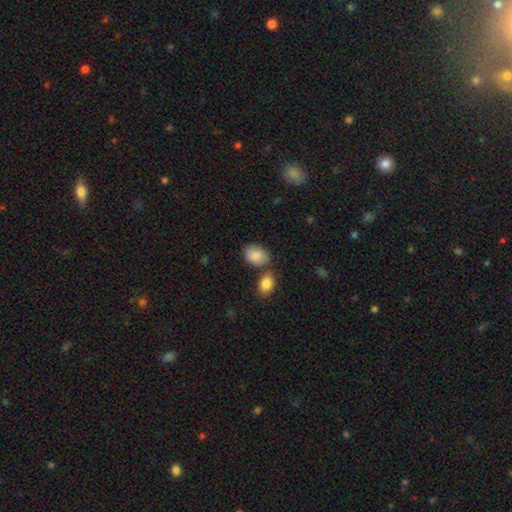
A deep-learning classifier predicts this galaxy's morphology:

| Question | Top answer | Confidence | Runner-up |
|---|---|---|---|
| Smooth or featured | smooth | 86% | featured or disk (7%) |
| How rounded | in between | 79% | round (20%) |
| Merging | none | 66% | merger (17%) |